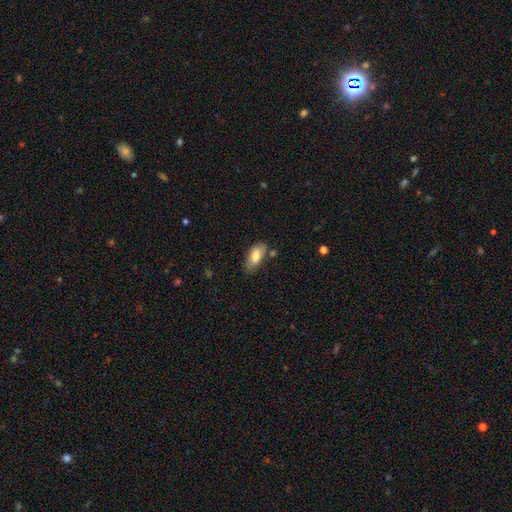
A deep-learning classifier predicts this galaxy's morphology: A smooth galaxy with no disk features (79%) that is in between round and cigar-shaped (88%). Merging: none (65%).